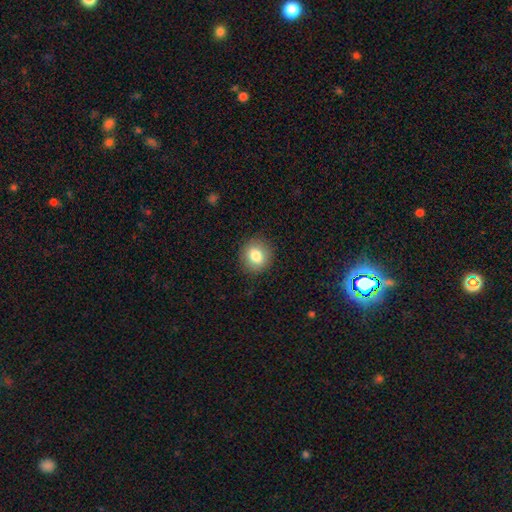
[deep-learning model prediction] Smooth or featured: smooth — 81% (featured or disk — 10%)
How rounded: round — 83% (in between — 16%)
Merging: none — 89% (minor disturbance — 7%)